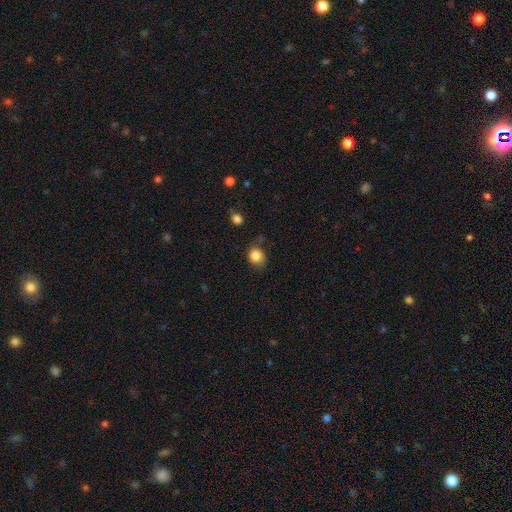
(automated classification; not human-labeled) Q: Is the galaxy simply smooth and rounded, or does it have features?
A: smooth — 84%.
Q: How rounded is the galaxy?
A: round — 71%.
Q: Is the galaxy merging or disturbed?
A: none — 64%.